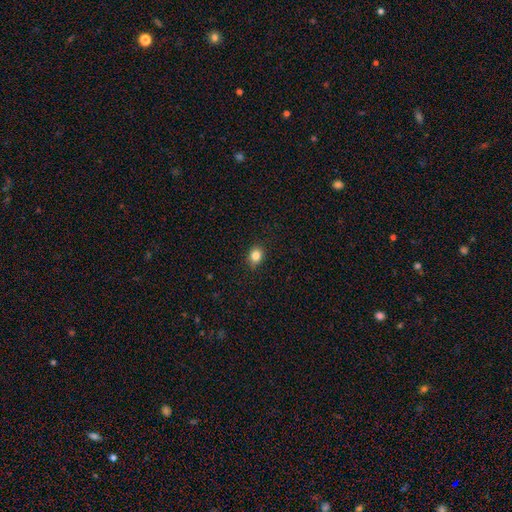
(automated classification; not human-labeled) This appears to be a smooth galaxy with no disk features (84%) that is round (54%). Merging: none (88%).